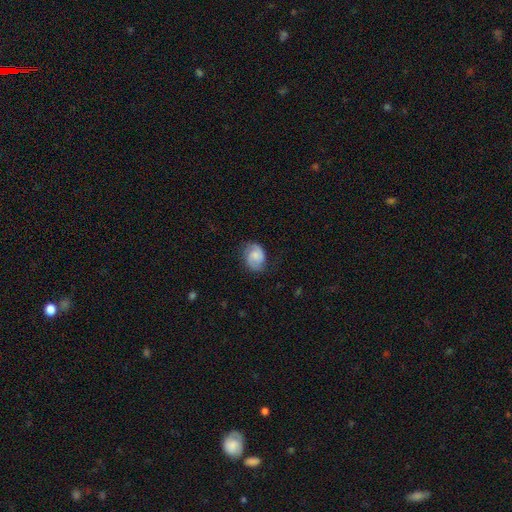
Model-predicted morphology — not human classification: smooth_or_featured: smooth (p=0.52) [alt: featured or disk p=0.40]
how_rounded: in between (p=0.55) [alt: round p=0.44]
merging: none (p=0.66) [alt: minor disturbance p=0.24]